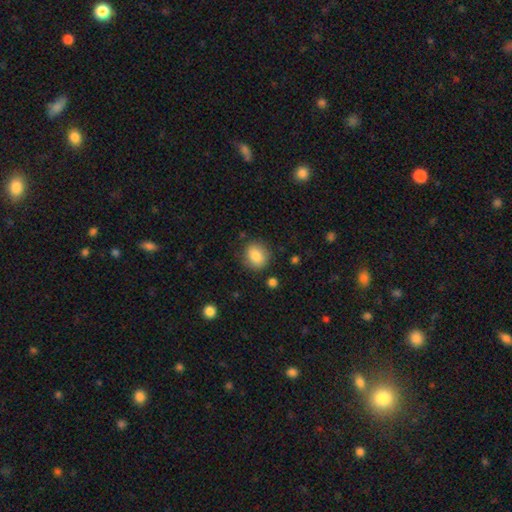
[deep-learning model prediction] A smooth galaxy with no disk features (83%) that is round (74%).

Vote fractions:
- Smooth or featured? smooth: 83% / star or artifact: 9% / featured or disk: 8%
- How rounded? round: 74% / in between: 25% / cigar-shaped: 1%
- Merging? none: 83% / minor disturbance: 12% / major disturbance: 3% / merger: 2%